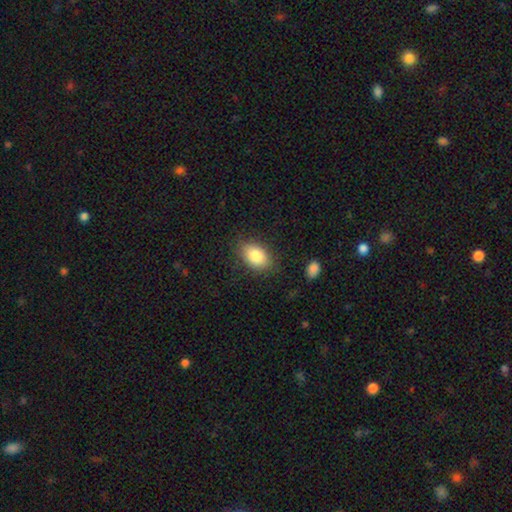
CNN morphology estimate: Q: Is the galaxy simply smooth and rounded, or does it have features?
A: smooth — 84%.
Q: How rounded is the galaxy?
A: in between — 85%.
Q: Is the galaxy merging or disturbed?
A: none — 81%.